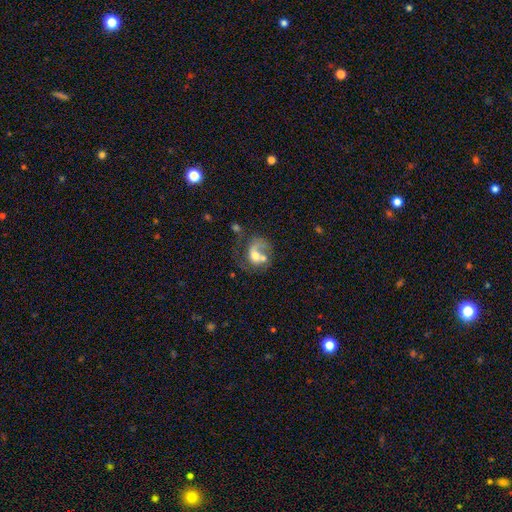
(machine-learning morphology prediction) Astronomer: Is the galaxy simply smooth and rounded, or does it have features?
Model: featured or disk — 54% (runner-up: smooth, 37%).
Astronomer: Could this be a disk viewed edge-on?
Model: no — 97%.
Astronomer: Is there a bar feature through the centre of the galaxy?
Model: no — 76%.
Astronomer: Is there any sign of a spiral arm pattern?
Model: yes — 61% (runner-up: no, 39%).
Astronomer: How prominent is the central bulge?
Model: moderate — 57%.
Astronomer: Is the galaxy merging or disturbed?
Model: merger — 37% (runner-up: major disturbance, 28%).